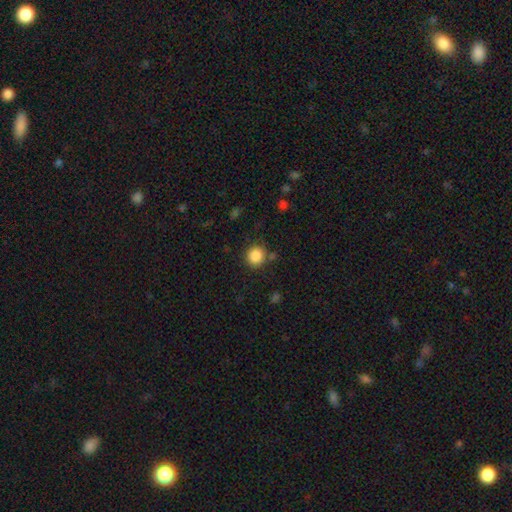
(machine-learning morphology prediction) smooth_or_featured: smooth (p=0.86) [alt: star or artifact p=0.10]
how_rounded: round (p=0.91) [alt: in between p=0.08]
merging: none (p=0.82) [alt: minor disturbance p=0.10]